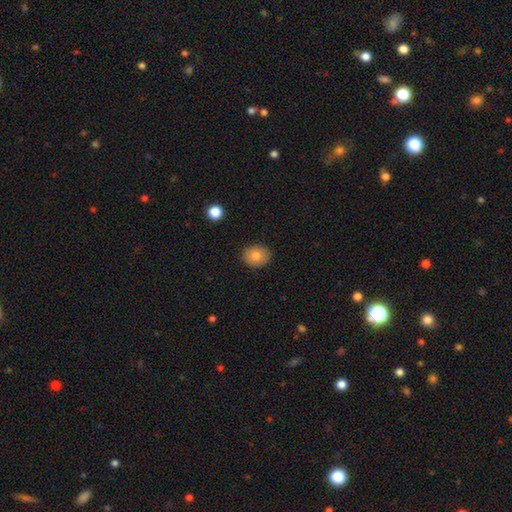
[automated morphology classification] smooth-or-featured: smooth: 80% | featured or disk: 11% | star or artifact: 9%
  how-rounded: round: 51% | in between: 48% | cigar-shaped: 1%
  merging: none: 89% | minor disturbance: 8% | major disturbance: 2% | merger: 1%